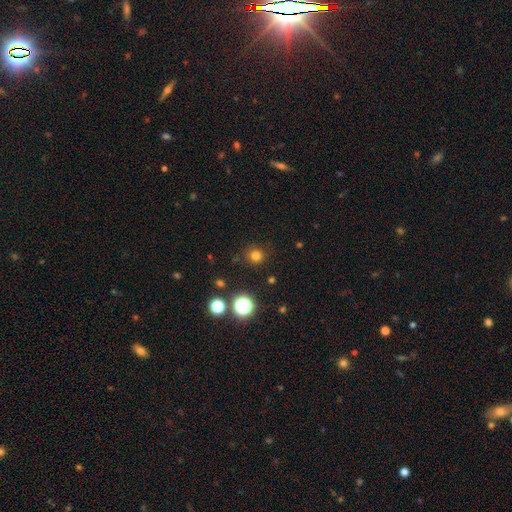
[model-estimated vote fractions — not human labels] Overall: smooth (77%). How rounded: round (93%). Merging: none (89%).